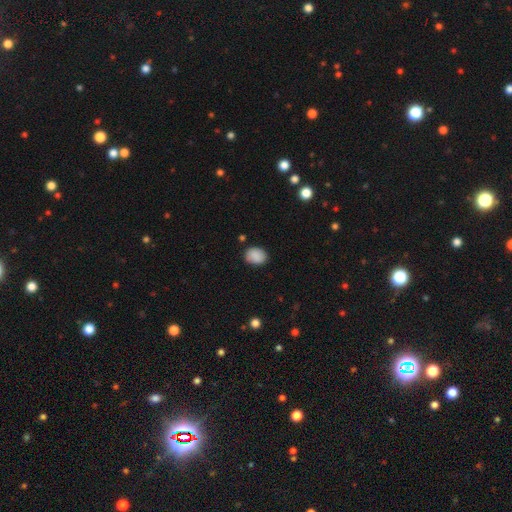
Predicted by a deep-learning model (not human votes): smooth_or_featured: smooth (p=0.87) [alt: star or artifact p=0.08]
how_rounded: in between (p=0.61) [alt: round p=0.38]
merging: none (p=0.80) [alt: minor disturbance p=0.15]